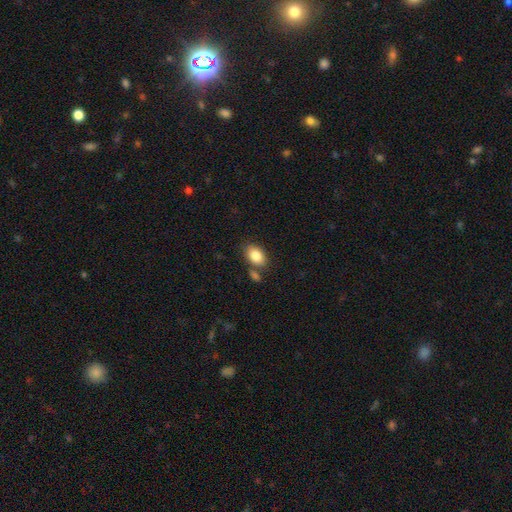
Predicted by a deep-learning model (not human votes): A smooth galaxy with no disk features (85%) that is in between round and cigar-shaped (88%). Merging: none (67%).